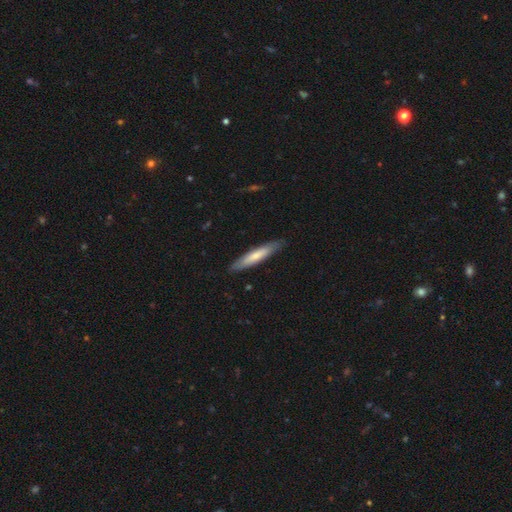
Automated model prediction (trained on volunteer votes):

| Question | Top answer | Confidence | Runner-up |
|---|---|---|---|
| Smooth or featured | smooth | 65% | featured or disk (30%) |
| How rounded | cigar-shaped | 88% | in between (11%) |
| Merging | none | 86% | minor disturbance (11%) |